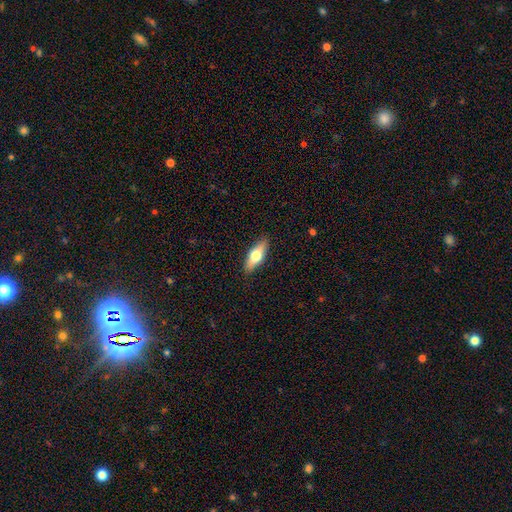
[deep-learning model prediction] Smooth or featured: smooth — 56% (featured or disk — 38%)
How rounded: in between — 61% (cigar-shaped — 35%)
Merging: none — 89% (minor disturbance — 8%)